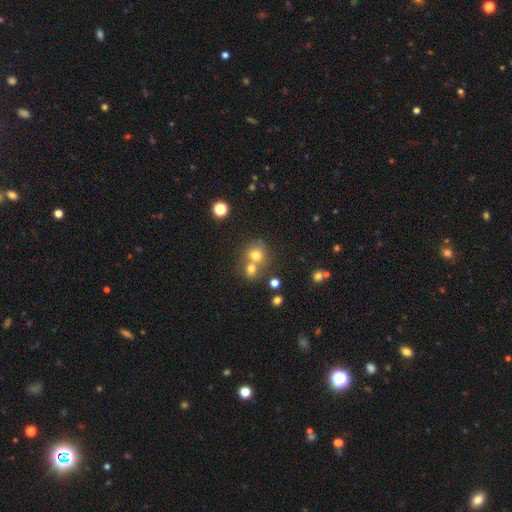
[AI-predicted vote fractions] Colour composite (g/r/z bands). It shows a smooth galaxy with no disk features (70%) that is round (75%). Merging: merger (55%).